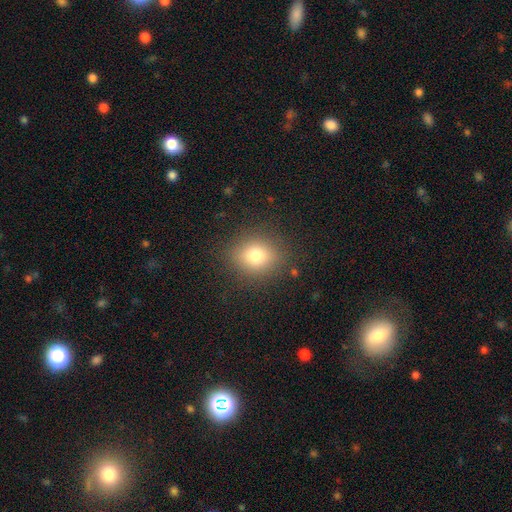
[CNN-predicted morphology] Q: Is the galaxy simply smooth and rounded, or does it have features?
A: smooth — 78%.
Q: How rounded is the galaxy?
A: round — 75%.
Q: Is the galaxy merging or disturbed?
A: none — 86%.